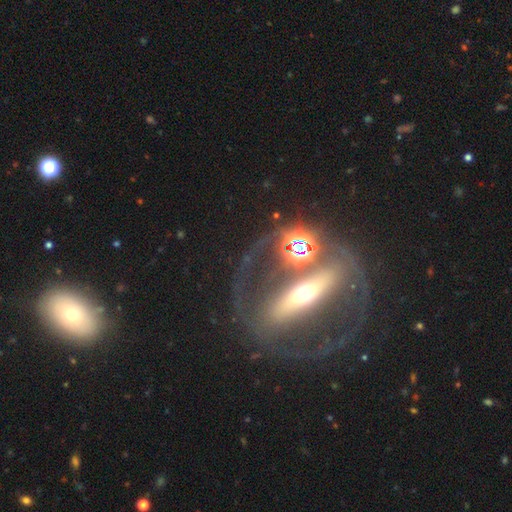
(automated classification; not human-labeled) This is likely a featured or disk galaxy (76%). It is possibly not viewed edge-on (58%). Merging: possibly none (52%).